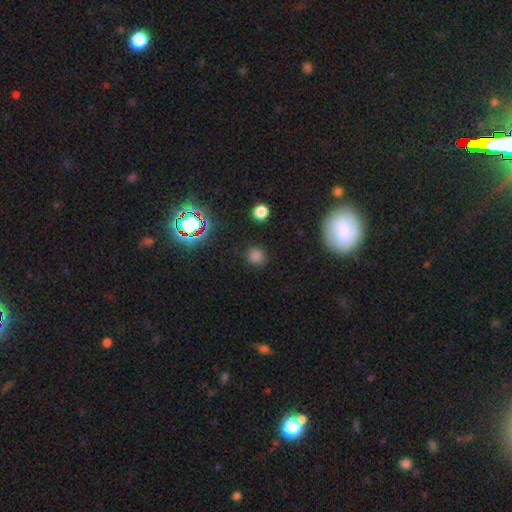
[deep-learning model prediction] Smooth or featured? smooth (74%)
How rounded? round (89%)
Merging? none (88%)